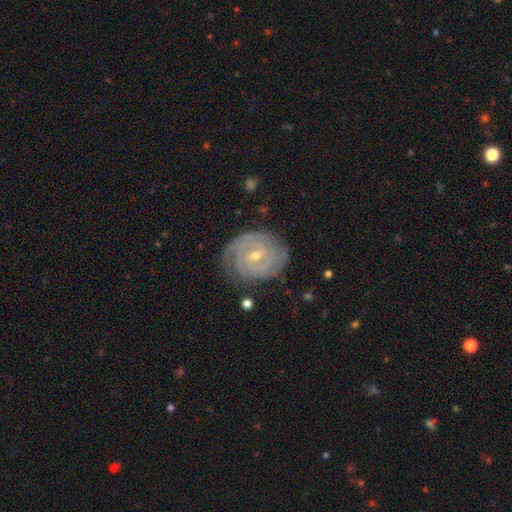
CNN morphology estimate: This is clearly a featured or disk galaxy (88%). It is clearly not viewed edge-on (97%). Bar: marginally weak (43%). Spiral arm pattern: clearly yes (97%). Spiral arm count: marginally 2 (34%). Spiral winding: clearly tight (83%). Central bulge: possibly small (56%). Merging: likely none (76%).